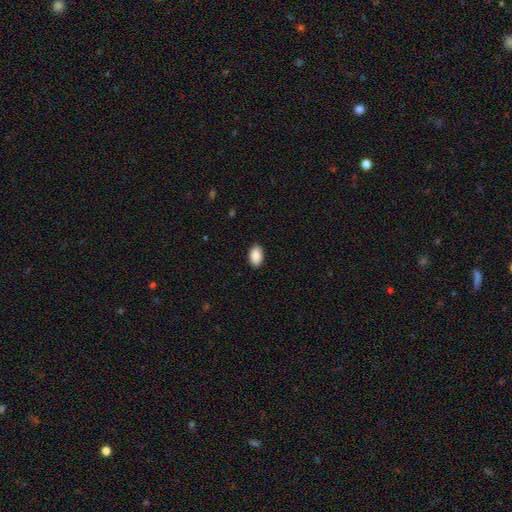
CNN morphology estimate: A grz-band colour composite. It shows a smooth galaxy with no disk features (91%) that is in between round and cigar-shaped (91%). Merging: none (89%).